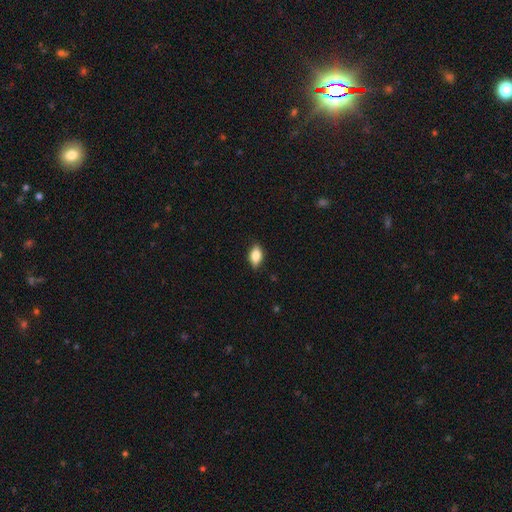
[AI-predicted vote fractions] Smooth or featured: smooth — 77% (featured or disk — 15%)
How rounded: in between — 86% (round — 7%)
Merging: none — 82% (minor disturbance — 14%)